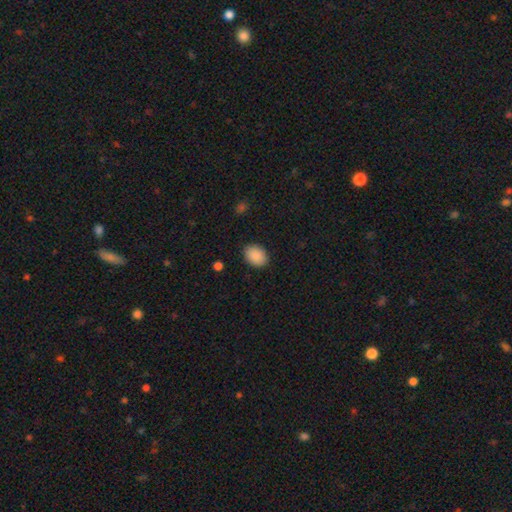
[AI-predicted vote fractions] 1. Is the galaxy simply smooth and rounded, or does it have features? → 90% smooth, 7% star or artifact, 3% featured or disk.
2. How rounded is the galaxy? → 75% in between, 24% round, 1% cigar-shaped.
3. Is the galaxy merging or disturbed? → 88% none, 9% minor disturbance, 2% major disturbance, 1% merger.